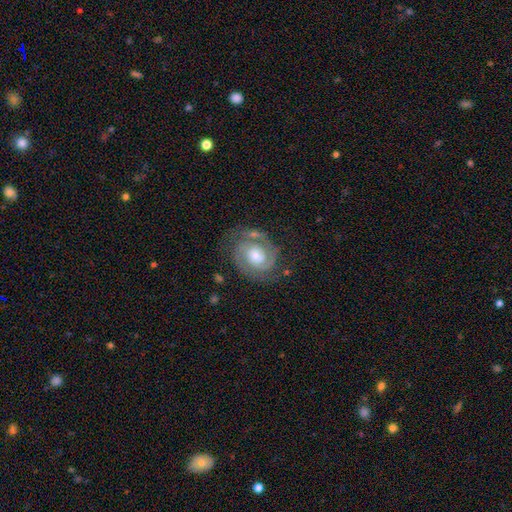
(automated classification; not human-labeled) Smooth or featured? featured or disk (87%)
Edge-on disk? no (98%)
Bar? no (63%)
Spiral arms? yes (97%)
Spiral winding? tight (62%)
Spiral arm count? 2 (86%)
Bulge size? moderate (55%)
Merging? none (74%)